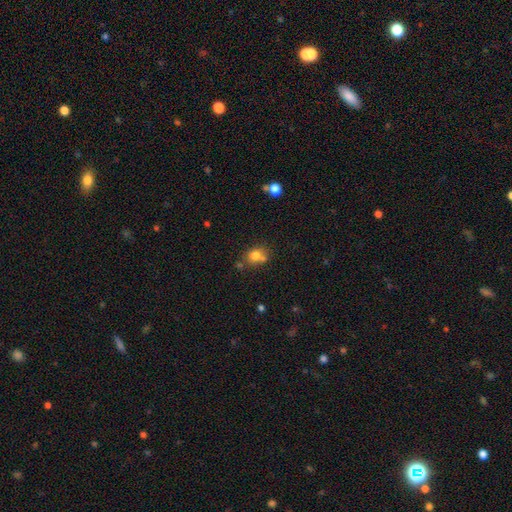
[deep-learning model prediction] This is likely a smooth galaxy (76%). How rounded: likely round (63%). Merging: possibly none (53%).